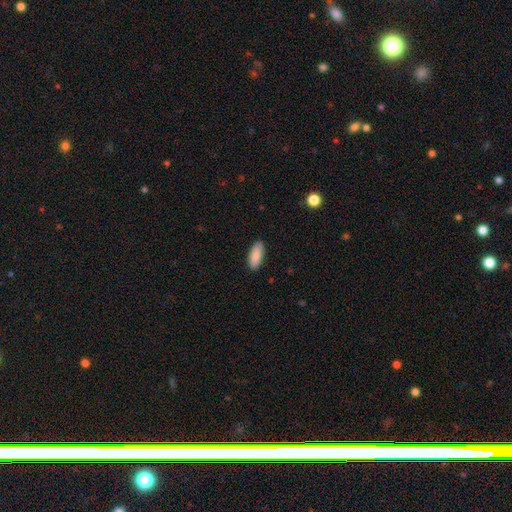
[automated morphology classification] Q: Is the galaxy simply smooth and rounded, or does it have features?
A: smooth — 89%.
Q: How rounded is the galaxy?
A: in between — 79%.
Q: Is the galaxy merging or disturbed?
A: none — 89%.